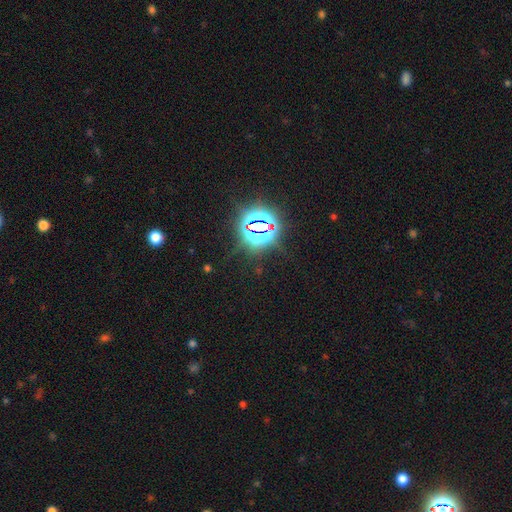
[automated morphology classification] Smooth or featured? star or artifact (80%)